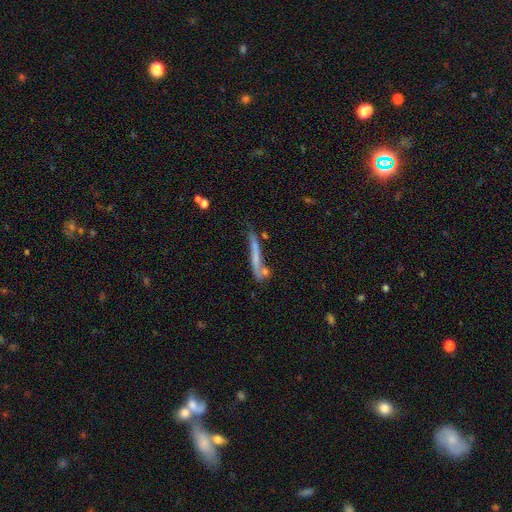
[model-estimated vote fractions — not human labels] Morphology: type=smooth (49%); merging=none (49%).